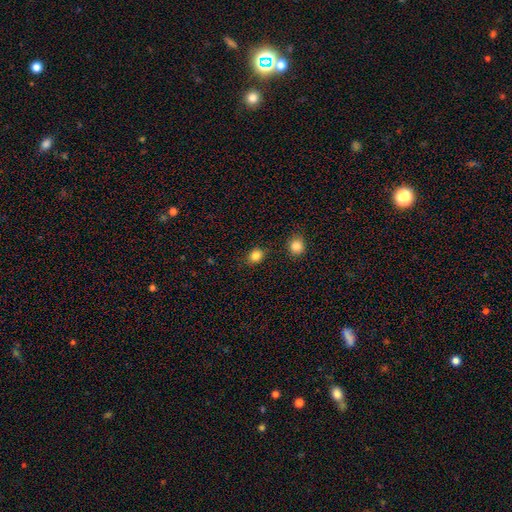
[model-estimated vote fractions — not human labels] Overall: smooth (84%). How rounded: round (65%; in between 34%). Merging: none (83%).